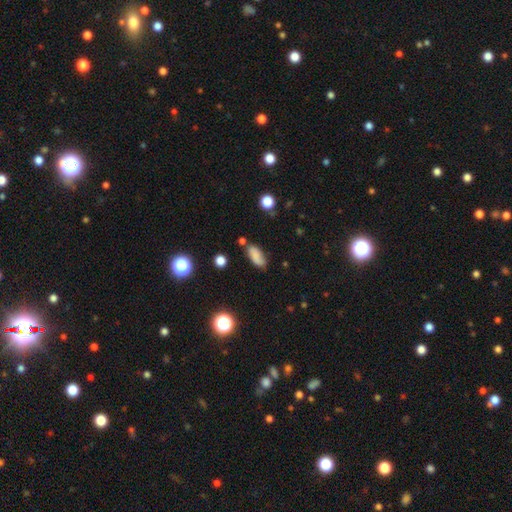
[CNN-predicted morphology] smooth 78%, star or artifact 11%, featured or disk 11%. Down the decision tree: how rounded — in between (82%); merging — none (67%).